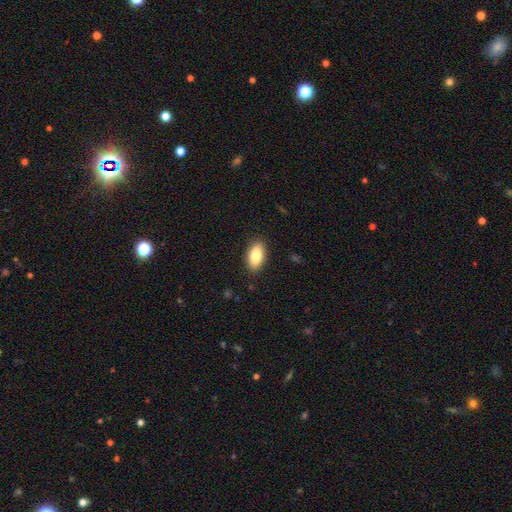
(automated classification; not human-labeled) Smooth or featured?
  - smooth: 86% *
  - featured or disk: 7%
  - star or artifact: 7%
How rounded?
  - in between: 92% *
  - cigar-shaped: 5%
  - round: 3%
Merging?
  - none: 88% *
  - minor disturbance: 9%
  - major disturbance: 2%
  - merger: 1%